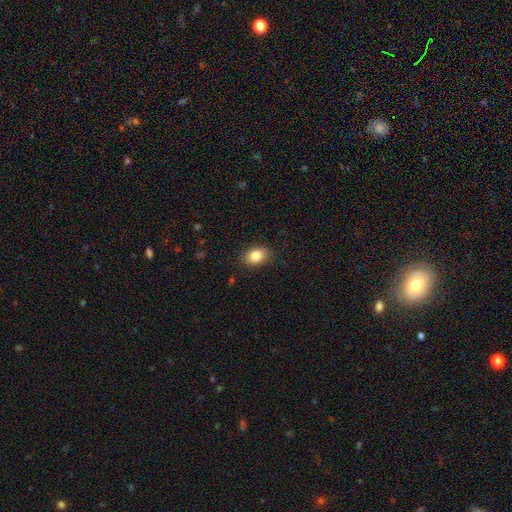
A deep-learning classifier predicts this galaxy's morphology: A smooth galaxy with no disk features (84%) that is in between round and cigar-shaped (75%).

Vote fractions:
- Smooth or featured? smooth: 84% / star or artifact: 9% / featured or disk: 7%
- How rounded? in between: 75% / round: 24% / cigar-shaped: 1%
- Merging? none: 87% / minor disturbance: 9% / major disturbance: 2% / merger: 1%